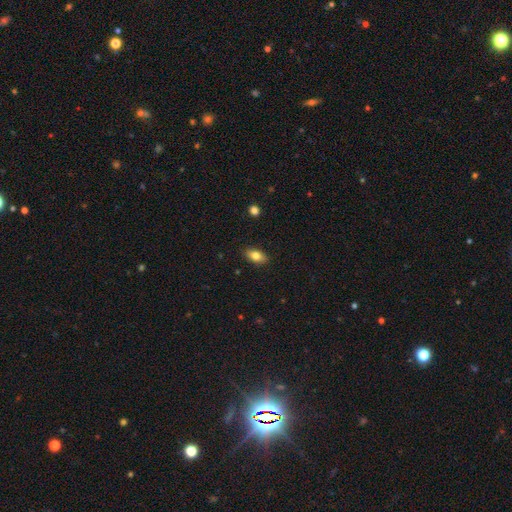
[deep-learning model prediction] A smooth galaxy with no disk features (80%) that is in between round and cigar-shaped (89%). Merging: none (88%).